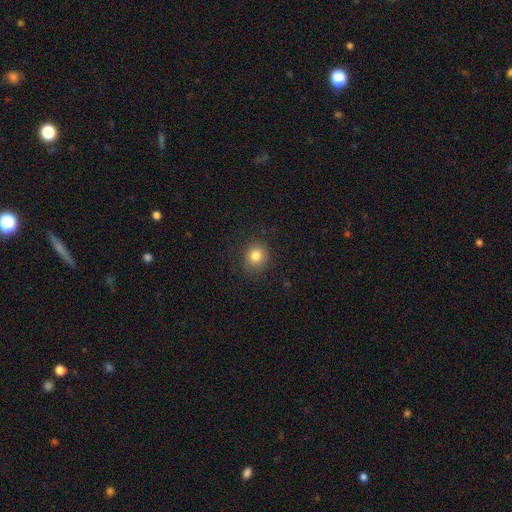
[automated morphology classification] This appears to be a smooth galaxy with no disk features (82%) that is round (84%). Merging: none (86%).